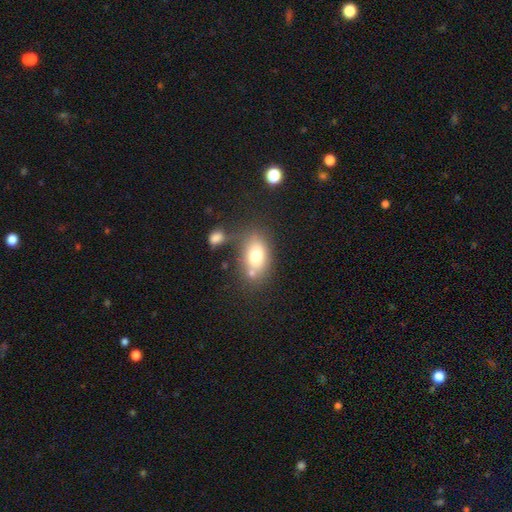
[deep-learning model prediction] Q: Smooth or featured?
A: smooth (74%); runner-up: featured or disk (16%)
Q: How rounded?
A: in between (81%); runner-up: round (17%)
Q: Merging?
A: none (57%); runner-up: merger (20%)